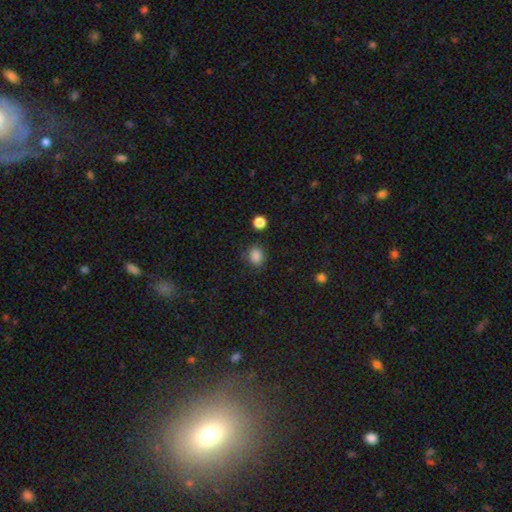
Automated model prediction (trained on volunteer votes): smooth-or-featured: smooth: 86% | star or artifact: 11% | featured or disk: 3%
  how-rounded: round: 66% | in between: 33% | cigar-shaped: 1%
  merging: none: 82% | minor disturbance: 12% | major disturbance: 4% | merger: 3%